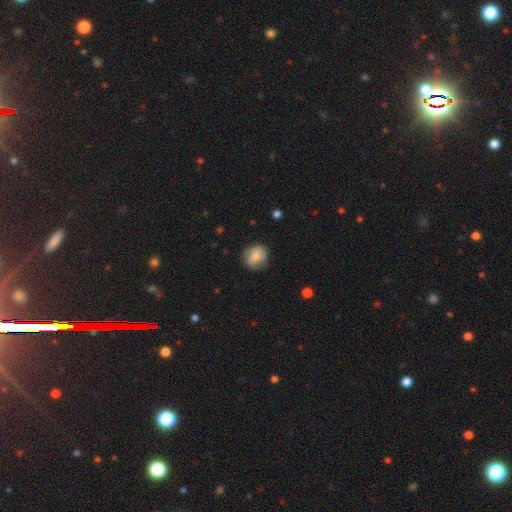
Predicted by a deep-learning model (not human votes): smooth 76%, featured or disk 17%, star or artifact 8%. Down the decision tree: how rounded — round (73%); merging — none (76%).